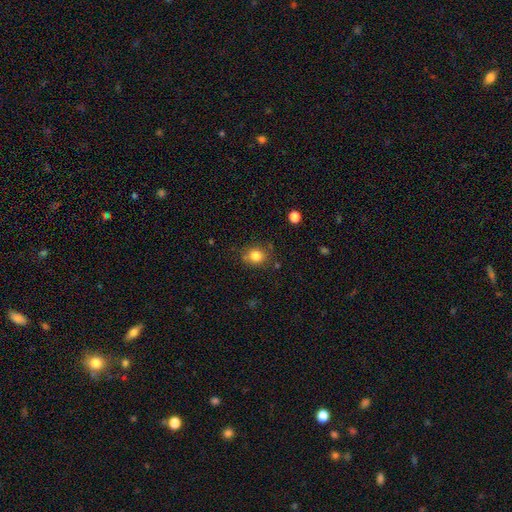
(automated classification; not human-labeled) The model was most divided on "how rounded": round: 73%, in between: 27%, cigar-shaped: 1%. More confident: smooth or featured — smooth (82%); merging — none (77%).